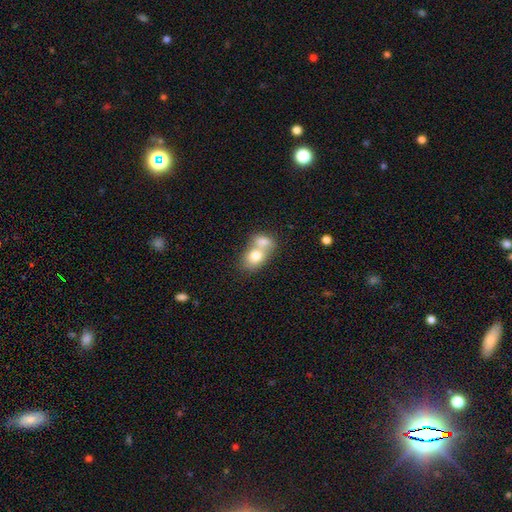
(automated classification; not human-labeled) This is likely a smooth galaxy (74%). How rounded: likely in between (65%). Merging: likely merger (70%).